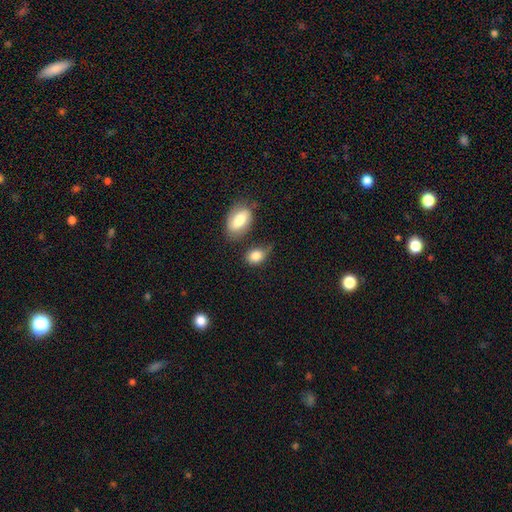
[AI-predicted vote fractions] Morphology: type=smooth (84%); roundness=in between (67%); merging=none (49%).